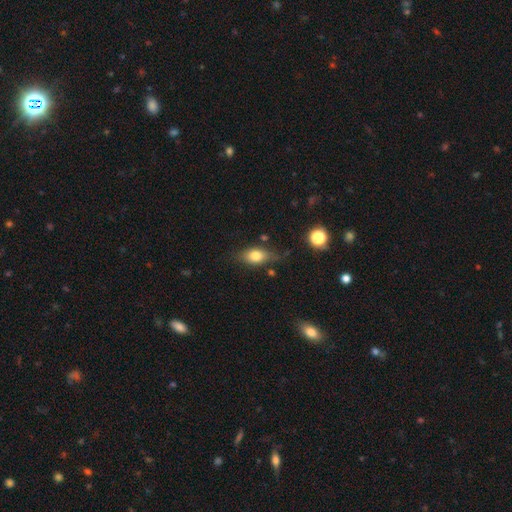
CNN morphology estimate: A smooth galaxy with no disk features (73%) that is in between round and cigar-shaped (80%). Merging: none (63%).